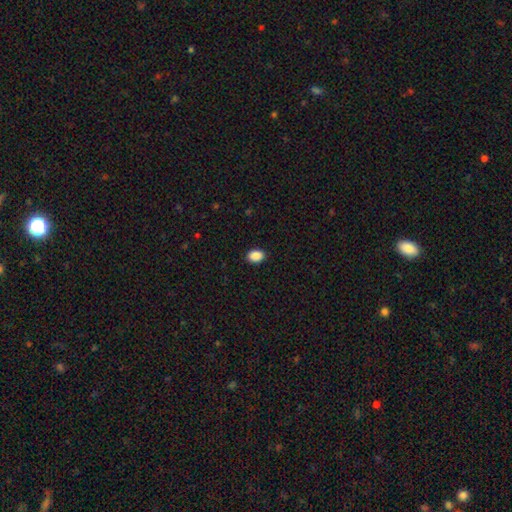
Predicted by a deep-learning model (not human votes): This is clearly a smooth galaxy (89%). How rounded: likely in between (77%). Merging: clearly none (90%).